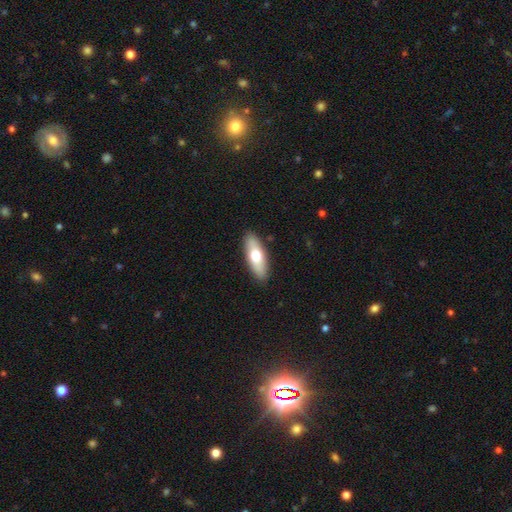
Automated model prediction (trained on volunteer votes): This appears to be a smooth galaxy with no disk features (65%) that is in between round and cigar-shaped (61%). Merging: none (89%).